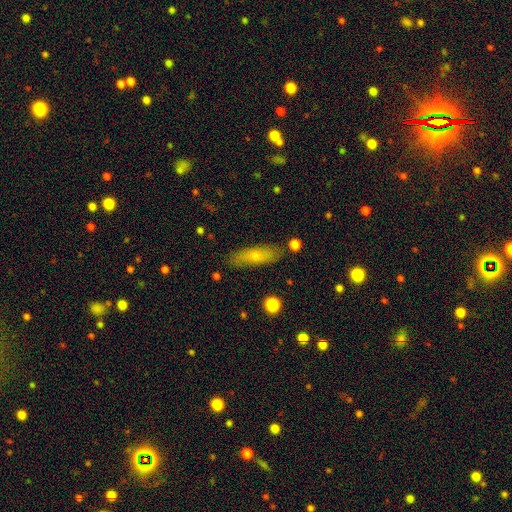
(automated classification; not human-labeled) Smooth or featured? Predicted: smooth (p=0.69). How rounded? Predicted: cigar-shaped (p=0.52). Merging? Predicted: none (p=0.80).